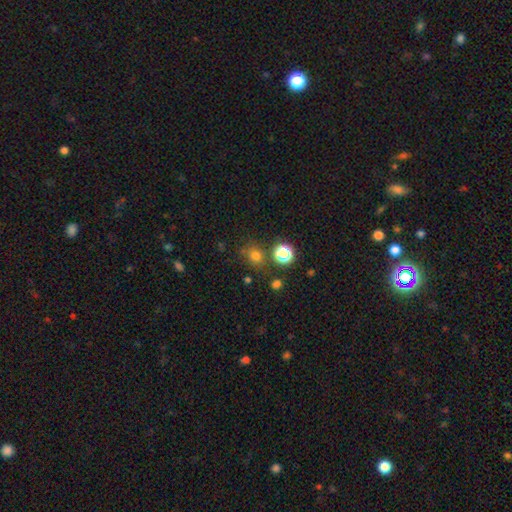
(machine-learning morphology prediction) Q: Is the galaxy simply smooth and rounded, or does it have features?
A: smooth — 71%.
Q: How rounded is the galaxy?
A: round — 82%.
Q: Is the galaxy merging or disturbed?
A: none — 75%.